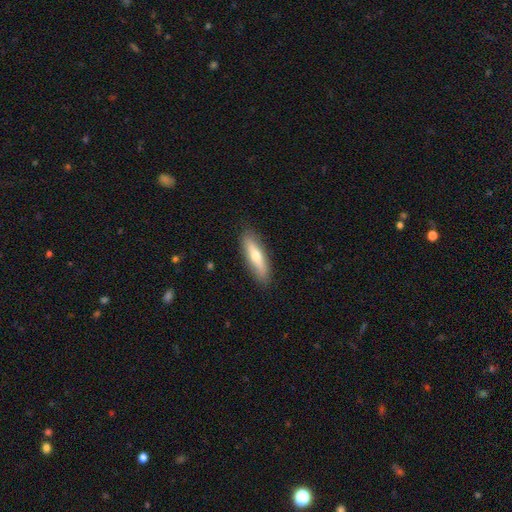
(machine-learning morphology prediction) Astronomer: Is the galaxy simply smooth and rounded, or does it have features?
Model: smooth — 57% (runner-up: featured or disk, 38%).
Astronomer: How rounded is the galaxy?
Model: cigar-shaped — 70%.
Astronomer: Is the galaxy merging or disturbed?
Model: none — 88%.